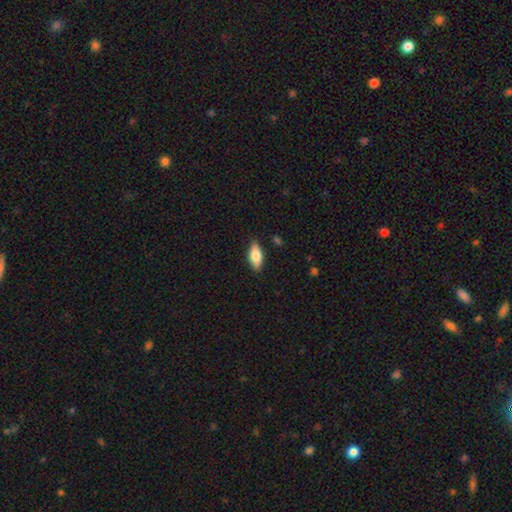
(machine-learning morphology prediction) Q: Smooth or featured?
A: smooth (68%); runner-up: featured or disk (25%)
Q: How rounded?
A: in between (80%); runner-up: cigar-shaped (17%)
Q: Merging?
A: none (86%); runner-up: minor disturbance (11%)